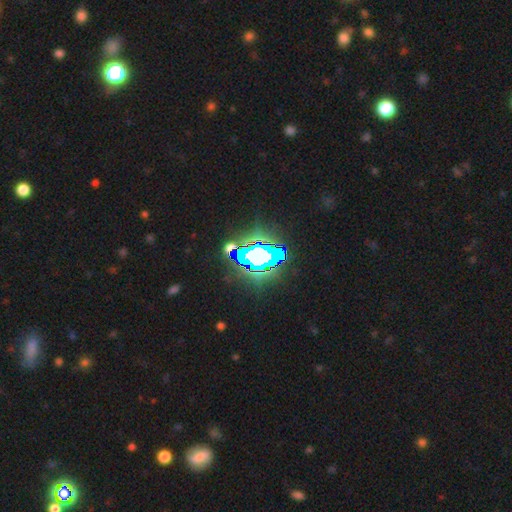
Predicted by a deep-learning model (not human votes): Overall: star or artifact (62%).